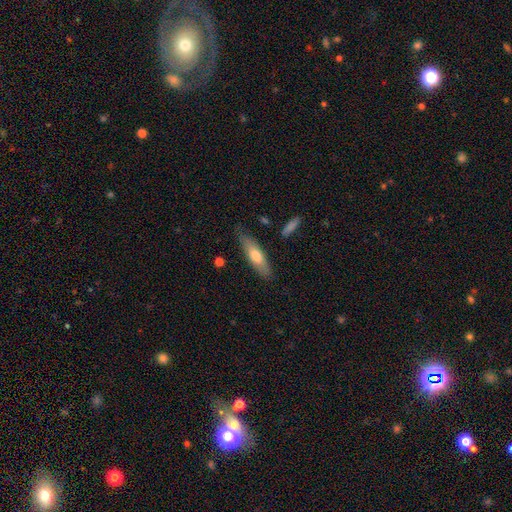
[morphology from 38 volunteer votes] A smooth galaxy with no disk features (63%) that is cigar-shaped (54%).

Vote fractions:
- Smooth or featured? smooth: 63% / featured or disk: 37% / star or artifact: 0%
- How rounded? cigar-shaped: 54% / in between: 46% / round: 0%
- Merging? none: 84% / minor disturbance: 16% / major disturbance: 0% / merger: 0%